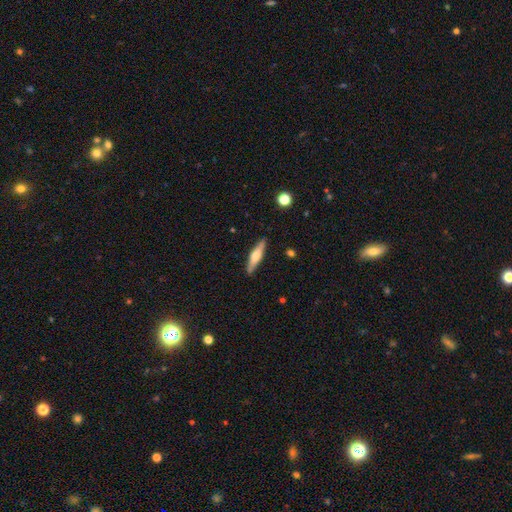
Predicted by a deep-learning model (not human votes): smooth-or-featured: smooth: 49% | featured or disk: 45% | star or artifact: 6%
  merging: none: 89% | minor disturbance: 8% | major disturbance: 2% | merger: 1%